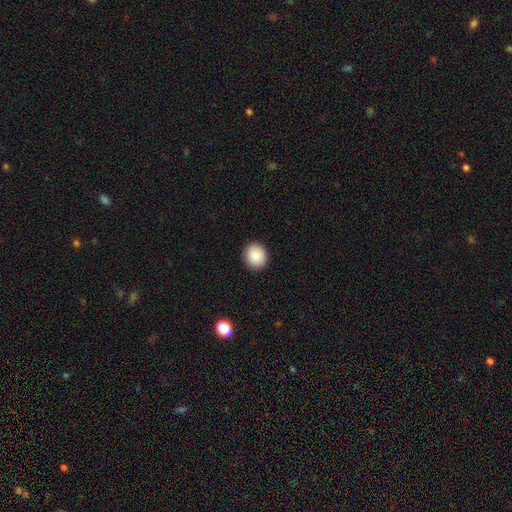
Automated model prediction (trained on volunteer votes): smooth_or_featured: smooth (p=0.84) [alt: star or artifact p=0.08]
how_rounded: round (p=0.82) [alt: in between p=0.17]
merging: none (p=0.91) [alt: minor disturbance p=0.06]